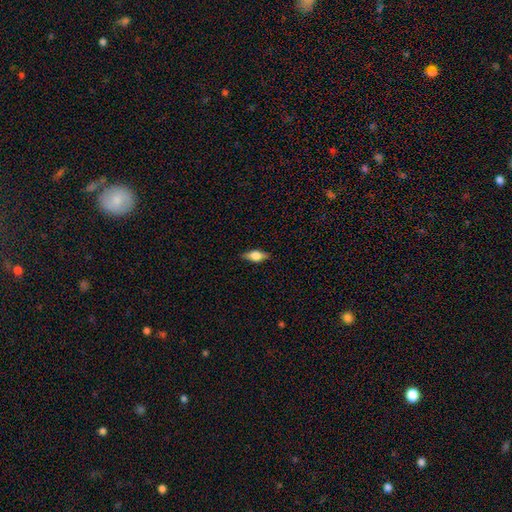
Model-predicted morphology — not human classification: smooth_or_featured: smooth (p=0.56) [alt: featured or disk p=0.36]
how_rounded: in between (p=0.75) [alt: cigar-shaped p=0.20]
merging: none (p=0.86) [alt: minor disturbance p=0.11]